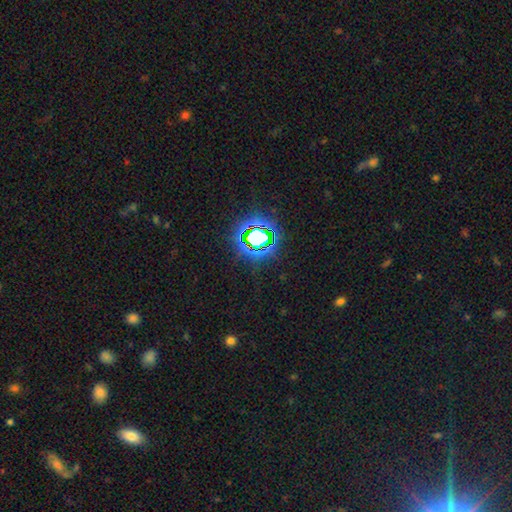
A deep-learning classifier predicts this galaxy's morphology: Overall: star or artifact (79%).